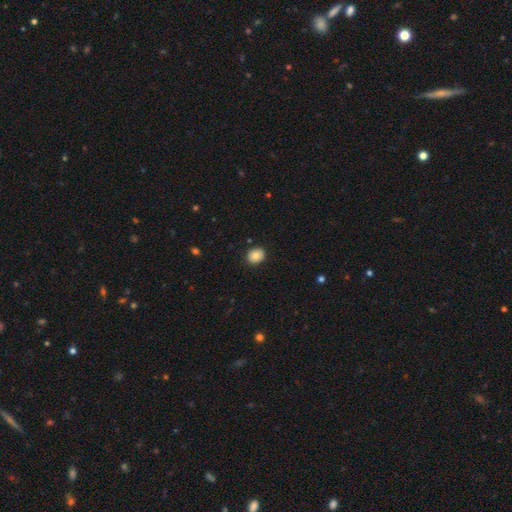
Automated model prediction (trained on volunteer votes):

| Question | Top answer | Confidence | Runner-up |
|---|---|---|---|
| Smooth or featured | smooth | 80% | featured or disk (12%) |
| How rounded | round | 64% | in between (35%) |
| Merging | none | 89% | minor disturbance (8%) |